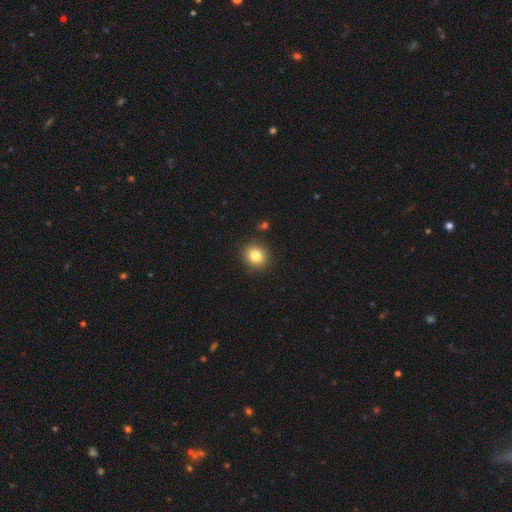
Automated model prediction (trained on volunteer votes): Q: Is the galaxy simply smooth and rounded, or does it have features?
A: smooth — 82%.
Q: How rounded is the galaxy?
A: round — 79%.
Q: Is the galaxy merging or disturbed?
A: none — 89%.